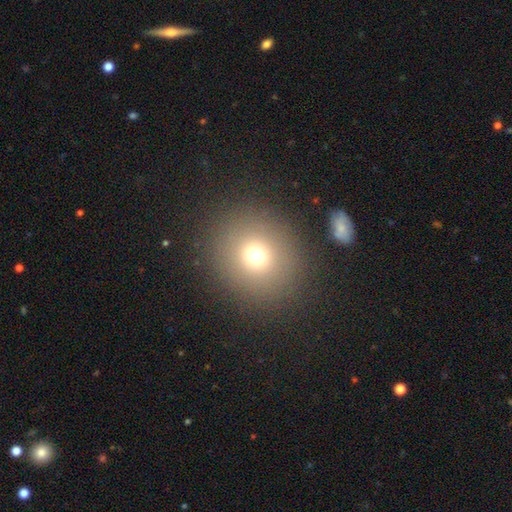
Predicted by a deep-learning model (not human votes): This appears to be a smooth galaxy with no disk features (71%) that is round (86%). Merging: none (86%).